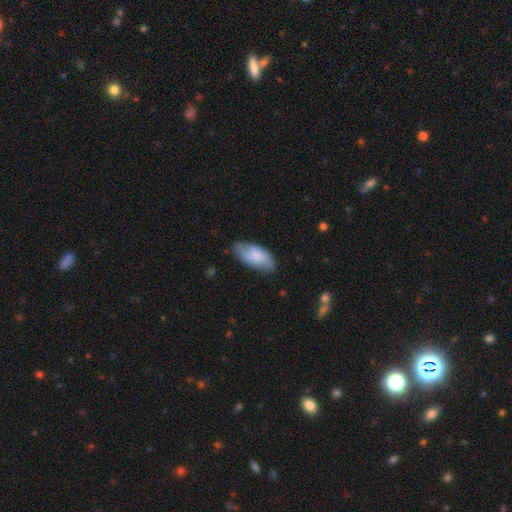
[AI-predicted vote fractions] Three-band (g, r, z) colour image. It shows a smooth galaxy with no disk features (67%) that is in between round and cigar-shaped (90%). Merging: none (71%).